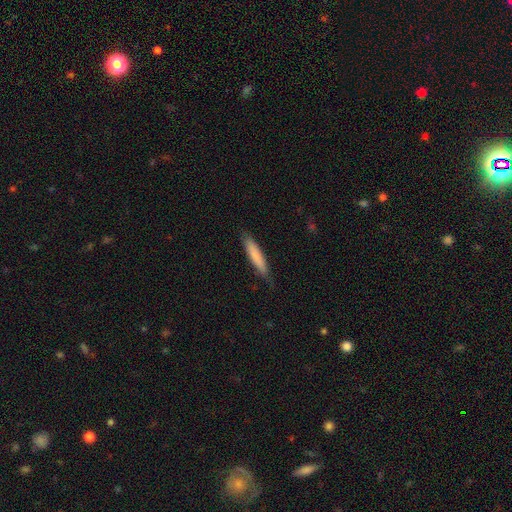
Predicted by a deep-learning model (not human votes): A smooth galaxy with no disk features (80%) that is cigar-shaped (89%). Merging: none (82%).